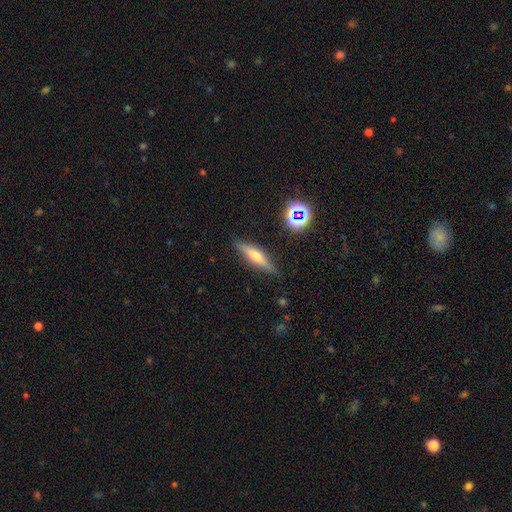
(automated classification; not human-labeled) featured or disk 48%, smooth 41%, star or artifact 10%. Down the decision tree: merging — none (85%).